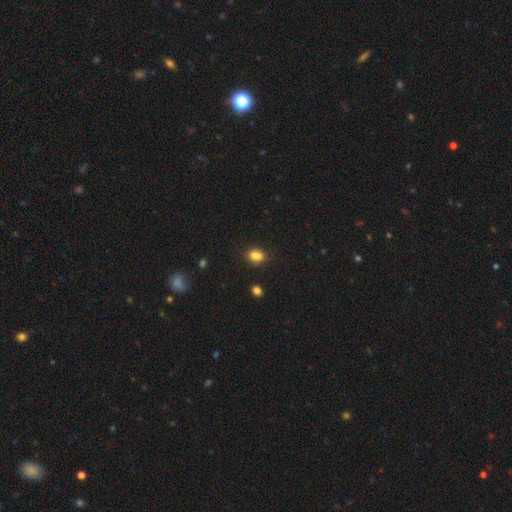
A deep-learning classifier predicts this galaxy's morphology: smooth 81%, star or artifact 12%, featured or disk 7%. Down the decision tree: how rounded — in between (68%); merging — none (67%).